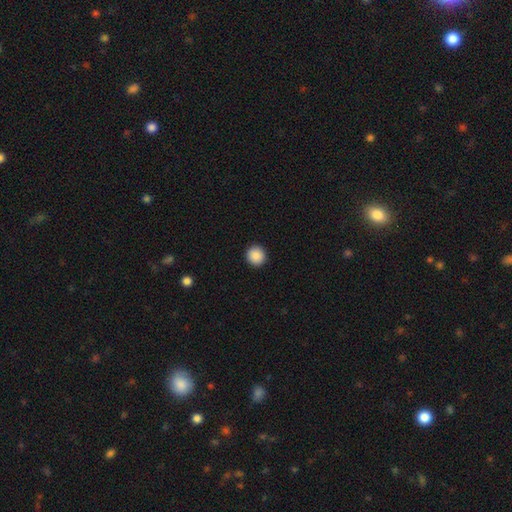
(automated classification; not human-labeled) Overall: smooth (89%). How rounded: round (94%). Merging: none (93%).